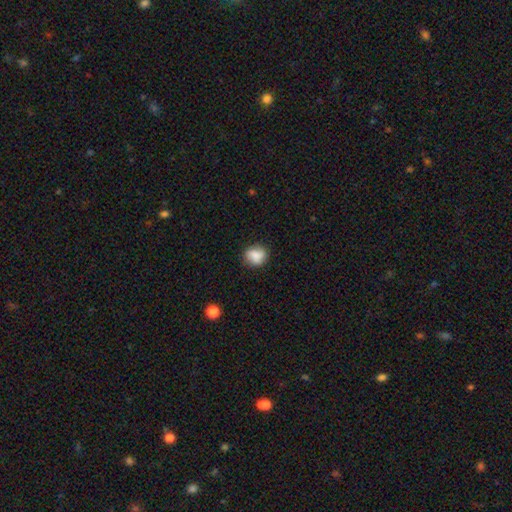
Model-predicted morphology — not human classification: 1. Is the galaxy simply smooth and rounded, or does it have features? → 83% smooth, 8% star or artifact, 8% featured or disk.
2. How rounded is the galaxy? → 68% round, 31% in between, 1% cigar-shaped.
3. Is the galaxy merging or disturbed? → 78% none, 17% minor disturbance, 4% major disturbance, 2% merger.